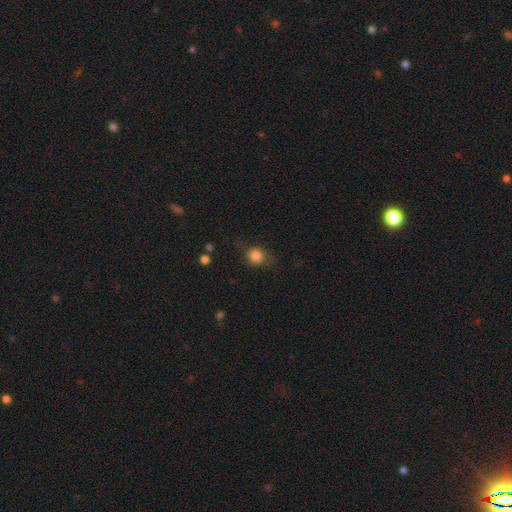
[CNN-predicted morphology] The model was most divided on "merging": none: 71%, minor disturbance: 20%, major disturbance: 8%, merger: 2%. More confident: how rounded — round (83%); smooth or featured — smooth (82%).